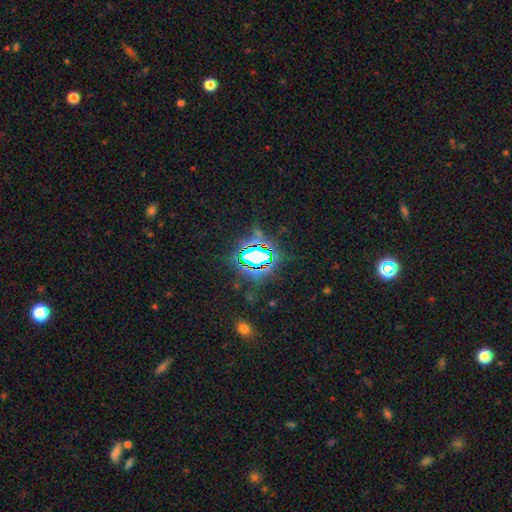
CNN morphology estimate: Q: Smooth or featured?
A: star or artifact (78%); runner-up: smooth (12%)